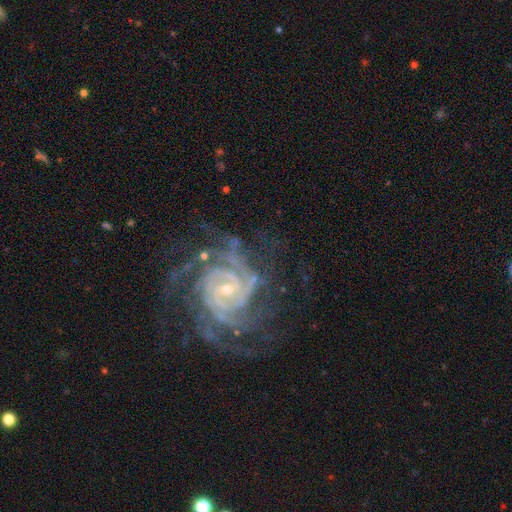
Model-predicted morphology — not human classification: featured or disk 87%, star or artifact 9%, smooth 4%. Down the decision tree: edge-on disk — no (97%); bar — no (60%); spiral arms — yes (98%); spiral arm count — can't tell (22%); spiral winding — tight (67%); bulge size — small (77%); merging — none (76%).